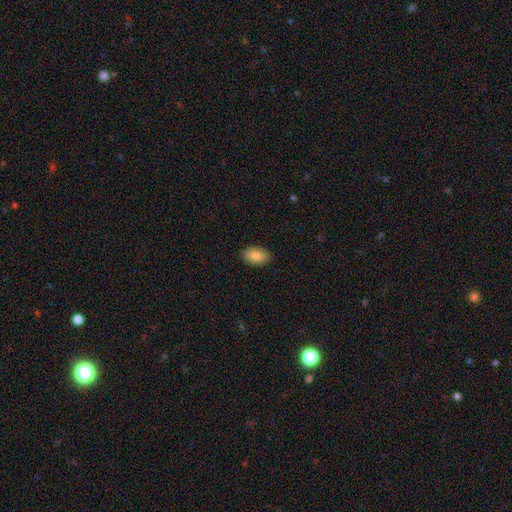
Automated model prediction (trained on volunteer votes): This appears to be a smooth galaxy with no disk features (86%) that is in between round and cigar-shaped (92%). Merging: none (88%).